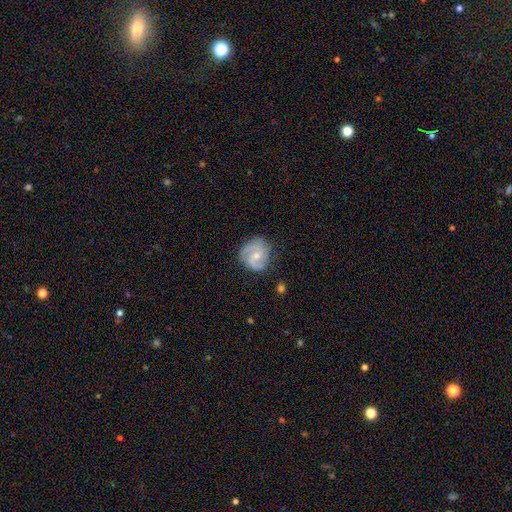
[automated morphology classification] Smooth or featured?
  - featured or disk: 71% *
  - smooth: 23%
  - star or artifact: 6%
Edge-on disk?
  - no: 98% *
  - yes: 2%
Bar?
  - no: 58% *
  - weak: 36%
  - strong: 5%
Spiral arms?
  - yes: 92% *
  - no: 8%
Spiral winding?
  - medium: 45% *
  - tight: 37%
  - loose: 18%
Spiral arm count?
  - 2: 66% *
  - can't tell: 13%
  - 3: 10%
  - 1: 8%
  - 4: 2%
  - more than 4: 2%
Bulge size?
  - moderate: 47% * (tied)
  - small: 47% * (tied)
  - none: 3%
  - large: 2%
  - dominant: 1%
Merging?
  - none: 68% *
  - minor disturbance: 23%
  - major disturbance: 8%
  - merger: 2%